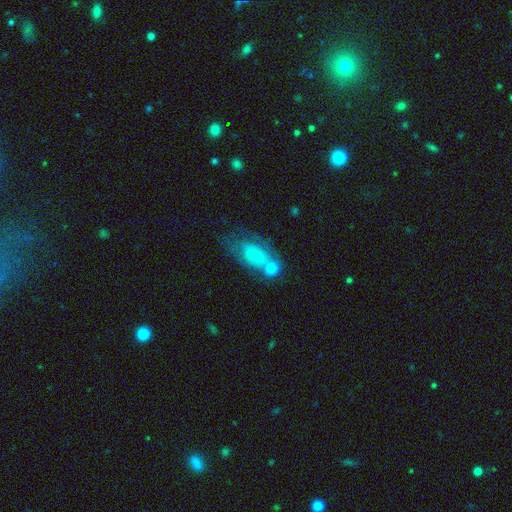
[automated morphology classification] smooth 58%, featured or disk 30%, star or artifact 12%. Down the decision tree: how rounded — in between (82%); merging — none (34%).